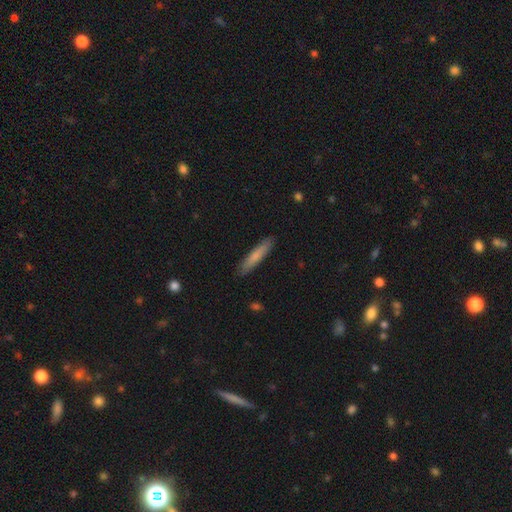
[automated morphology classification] Smooth or featured?
  - smooth: 75% *
  - featured or disk: 19%
  - star or artifact: 5%
How rounded?
  - cigar-shaped: 91% *
  - in between: 8%
  - round: 1%
Merging?
  - none: 89% *
  - minor disturbance: 9%
  - major disturbance: 2%
  - merger: 1%